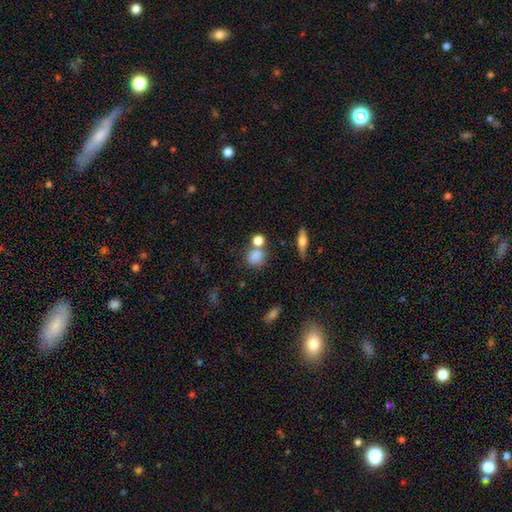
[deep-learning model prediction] Smooth or featured: smooth — 80% (star or artifact — 12%)
How rounded: round — 78% (in between — 20%)
Merging: none — 58% (merger — 26%)